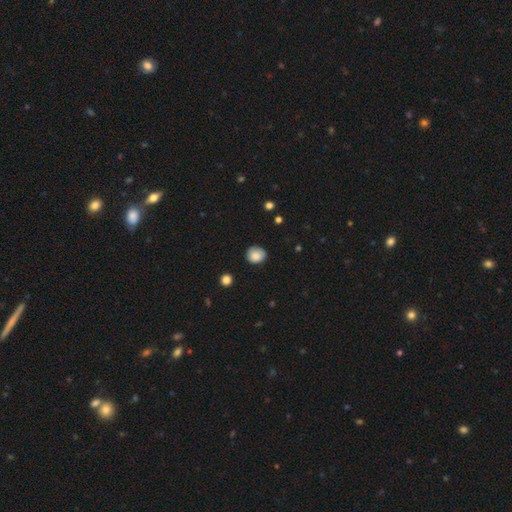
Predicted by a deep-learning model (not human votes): A smooth galaxy with no disk features (86%) that is round (75%). Merging: none (80%).